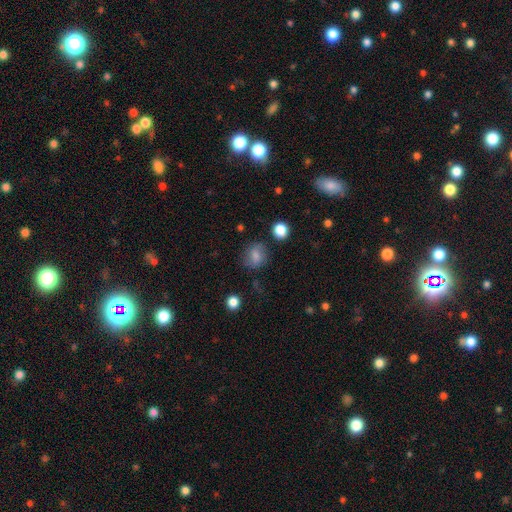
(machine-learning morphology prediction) smooth-or-featured: smooth: 77% | featured or disk: 12% | star or artifact: 11%
  how-rounded: round: 66% | in between: 32% | cigar-shaped: 1%
  merging: none: 73% | minor disturbance: 18% | major disturbance: 7% | merger: 3%